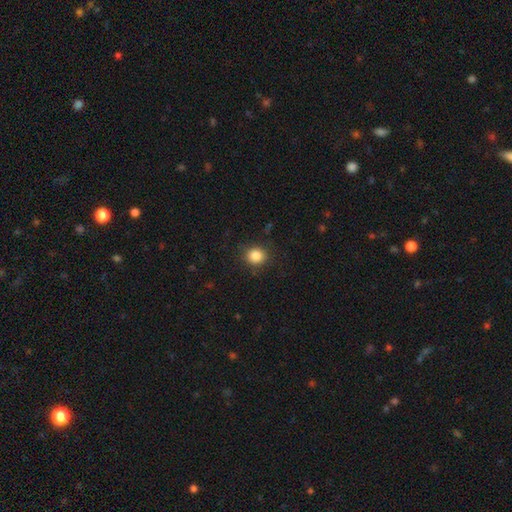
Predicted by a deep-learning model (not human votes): A smooth galaxy with no disk features (85%) that is round (83%).

Vote fractions:
- Smooth or featured? smooth: 85% / star or artifact: 10% / featured or disk: 4%
- How rounded? round: 83% / in between: 16% / cigar-shaped: 1%
- Merging? none: 87% / minor disturbance: 9% / major disturbance: 3% / merger: 1%